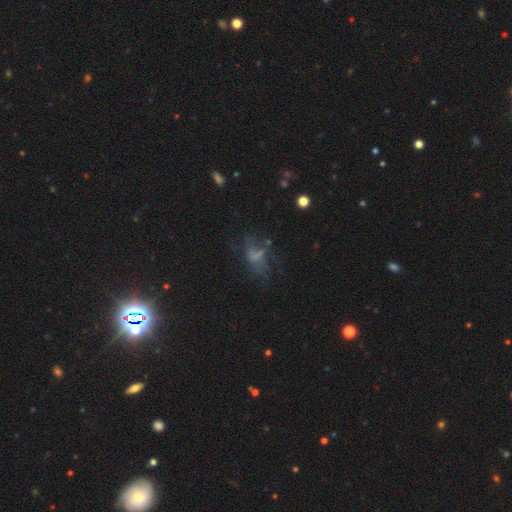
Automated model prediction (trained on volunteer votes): This is marginally a featured or disk galaxy (39%). Merging: marginally none (44%).